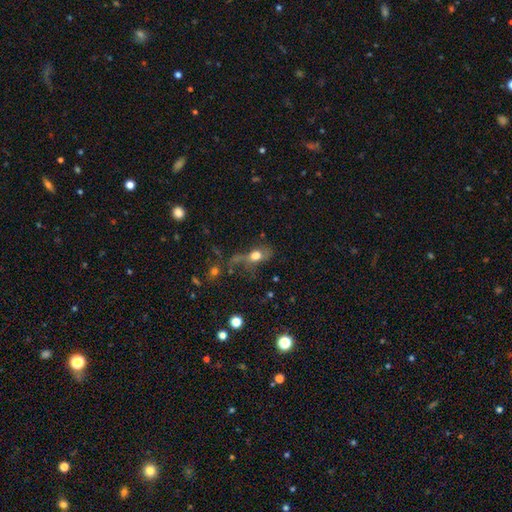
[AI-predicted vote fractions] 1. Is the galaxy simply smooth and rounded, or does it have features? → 56% smooth, 29% featured or disk, 15% star or artifact.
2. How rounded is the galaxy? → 61% in between, 31% round, 8% cigar-shaped.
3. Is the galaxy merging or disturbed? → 42% major disturbance, 28% none, 18% minor disturbance, 13% merger.